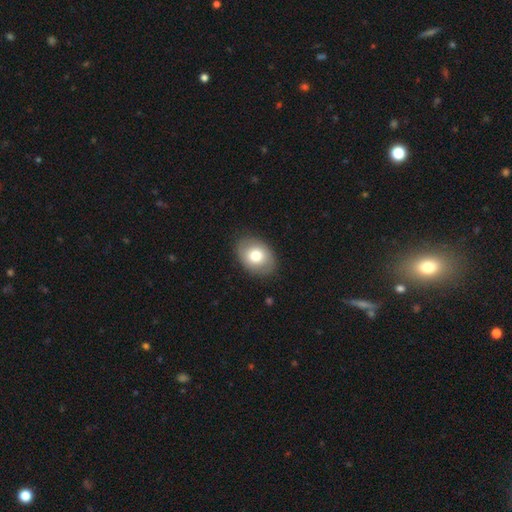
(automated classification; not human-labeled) Smooth or featured? Predicted: smooth (p=0.73). How rounded? Predicted: in between (p=0.71). Merging? Predicted: none (p=0.86).